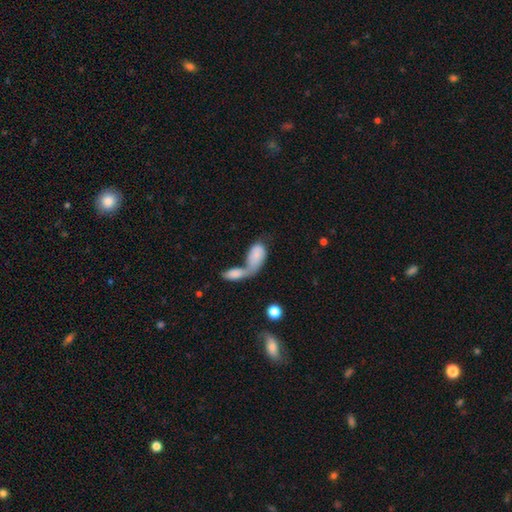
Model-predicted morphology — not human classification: type=smooth (73%); roundness=in between (91%); merging=merger (72%).